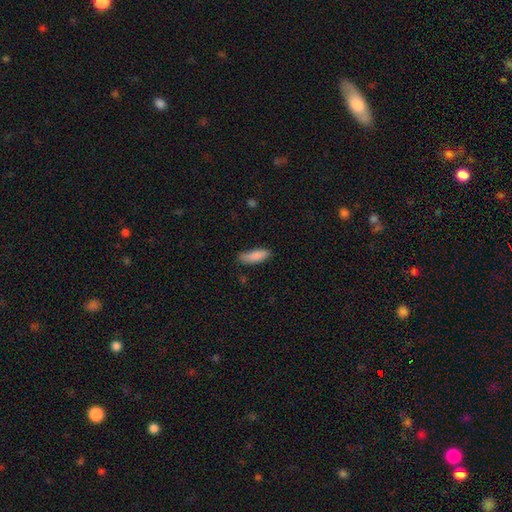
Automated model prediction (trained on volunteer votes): Overall: smooth (88%). How rounded: in between (60%; cigar-shaped 38%). Merging: none (73%).